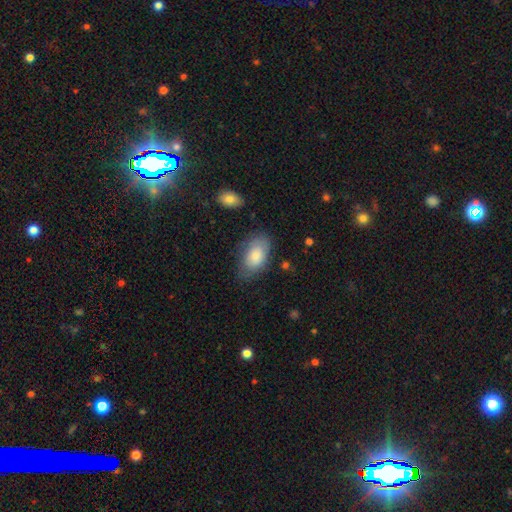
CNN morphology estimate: Smooth or featured?
  - smooth: 80% *
  - featured or disk: 14%
  - star or artifact: 6%
How rounded?
  - in between: 93% *
  - round: 5%
  - cigar-shaped: 2%
Merging?
  - none: 69% *
  - minor disturbance: 22%
  - major disturbance: 7%
  - merger: 2%